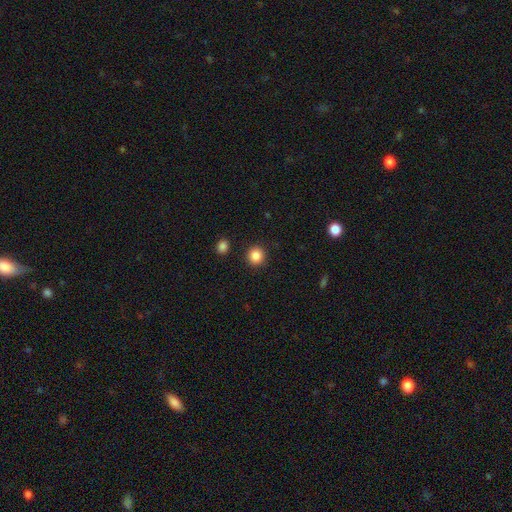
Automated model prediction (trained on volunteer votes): A smooth galaxy with no disk features (86%) that is round (93%). Merging: none (91%).